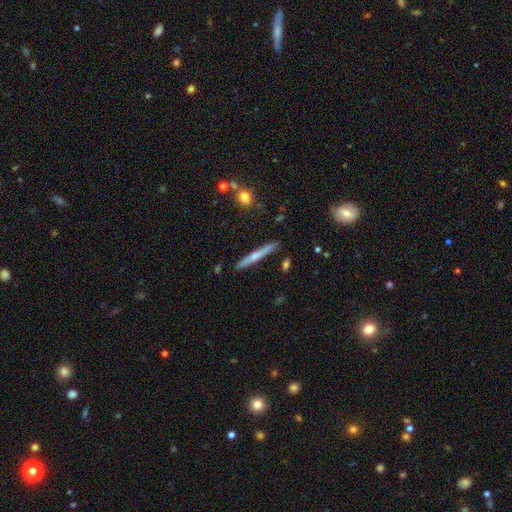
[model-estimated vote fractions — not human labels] smooth-or-featured: featured or disk: 54% | smooth: 40% | star or artifact: 7%
  disk-edge-on: yes: 96% | no: 4%
    edge-on-bulge: rounded: 71% | none: 25% | boxy: 4%
  merging: none: 89% | minor disturbance: 8% | merger: 2% | major disturbance: 2%